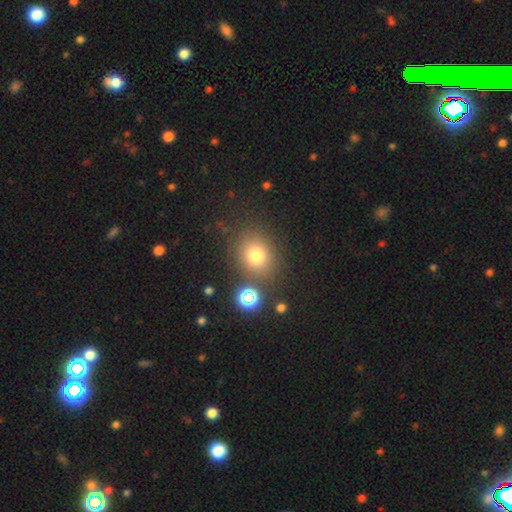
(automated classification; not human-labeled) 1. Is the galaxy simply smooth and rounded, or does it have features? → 75% smooth, 16% star or artifact, 9% featured or disk.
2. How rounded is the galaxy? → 73% round, 26% in between, 1% cigar-shaped.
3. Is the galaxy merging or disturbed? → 79% none, 10% minor disturbance, 7% merger, 4% major disturbance.